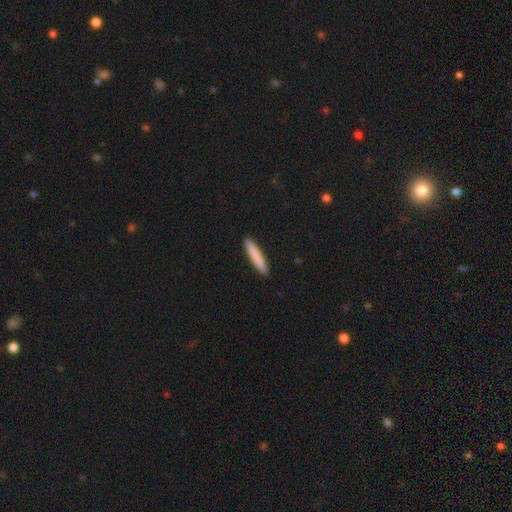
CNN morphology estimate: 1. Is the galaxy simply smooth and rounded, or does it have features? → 83% smooth, 11% featured or disk, 5% star or artifact.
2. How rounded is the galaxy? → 94% cigar-shaped, 5% in between, 1% round.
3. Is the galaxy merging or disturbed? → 92% none, 6% minor disturbance, 1% major disturbance, 1% merger.